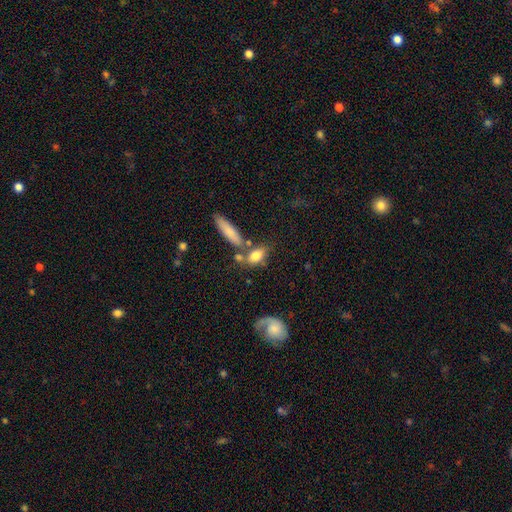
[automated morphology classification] Smooth or featured: smooth — 75% (featured or disk — 17%)
How rounded: in between — 72% (cigar-shaped — 16%)
Merging: none — 52% (merger — 25%)